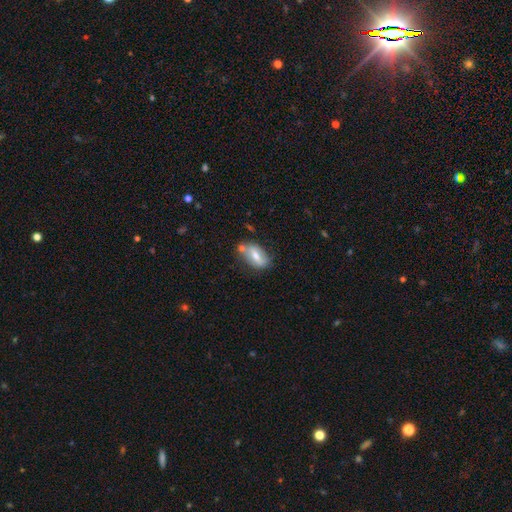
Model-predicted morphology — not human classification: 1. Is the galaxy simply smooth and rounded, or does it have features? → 50% smooth, 42% featured or disk, 7% star or artifact.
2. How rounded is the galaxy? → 87% in between, 7% round, 6% cigar-shaped.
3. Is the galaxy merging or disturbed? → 59% none, 20% minor disturbance, 15% merger, 6% major disturbance.